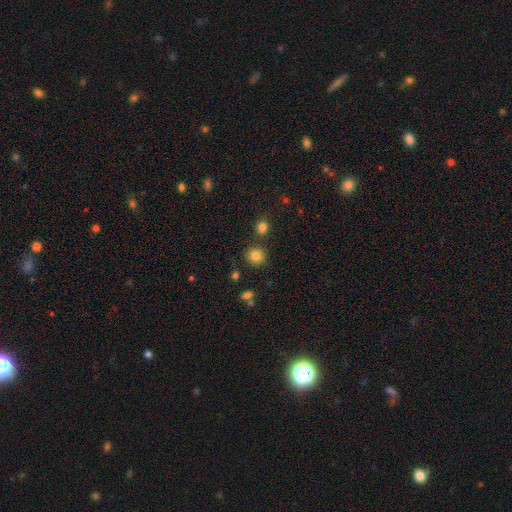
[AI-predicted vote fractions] smooth-or-featured: smooth: 82% | star or artifact: 12% | featured or disk: 6%
  how-rounded: round: 88% | in between: 11% | cigar-shaped: 1%
  merging: none: 83% | minor disturbance: 8% | merger: 7% | major disturbance: 3%